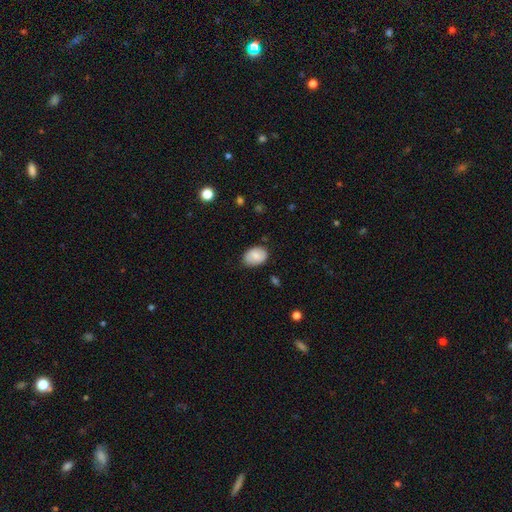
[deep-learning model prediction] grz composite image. It shows a smooth galaxy with no disk features (76%) that is in between round and cigar-shaped (76%). Merging: none (77%).